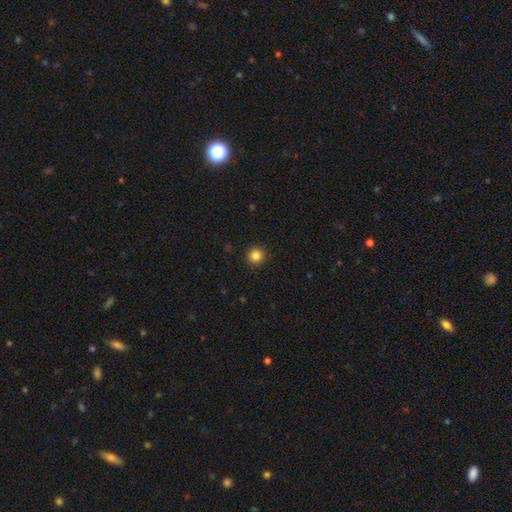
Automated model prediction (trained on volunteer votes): Smooth or featured? Predicted: smooth (p=0.84). How rounded? Predicted: round (p=0.94). Merging? Predicted: none (p=0.93).